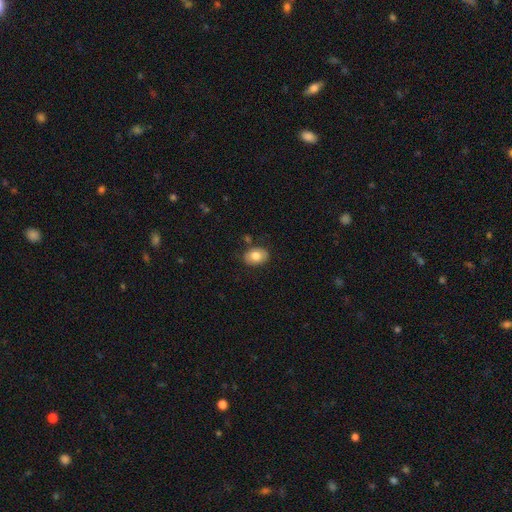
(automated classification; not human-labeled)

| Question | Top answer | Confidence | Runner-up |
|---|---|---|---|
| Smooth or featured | smooth | 81% | featured or disk (12%) |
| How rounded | in between | 80% | round (19%) |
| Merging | none | 81% | minor disturbance (13%) |